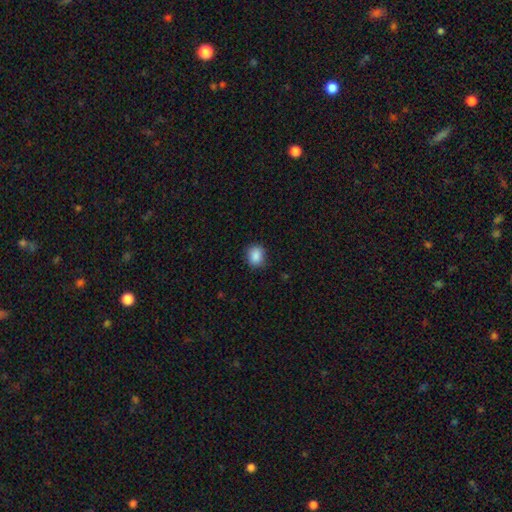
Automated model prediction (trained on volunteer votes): A smooth galaxy with no disk features (88%) that is round (62%).

Vote fractions:
- Smooth or featured? smooth: 88% / star or artifact: 9% / featured or disk: 3%
- How rounded? round: 62% / in between: 37% / cigar-shaped: 1%
- Merging? none: 84% / minor disturbance: 12% / major disturbance: 3% / merger: 1%